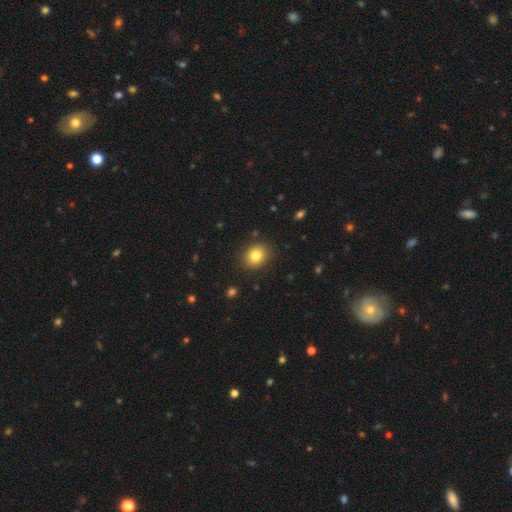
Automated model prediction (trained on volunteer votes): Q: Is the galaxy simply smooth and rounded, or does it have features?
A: smooth — 82%.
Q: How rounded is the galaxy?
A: round — 65%.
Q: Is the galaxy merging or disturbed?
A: none — 89%.